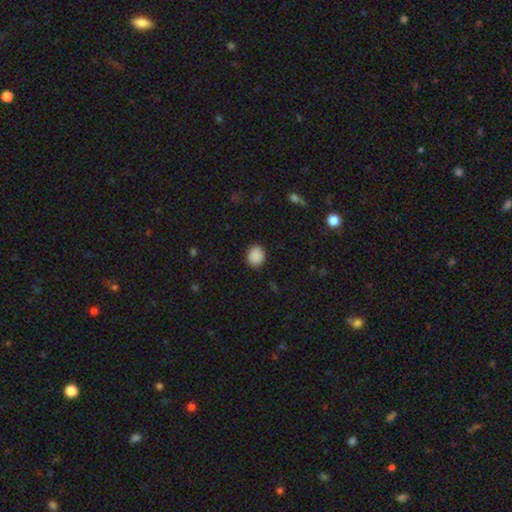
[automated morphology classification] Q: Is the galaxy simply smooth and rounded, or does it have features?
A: smooth — 89%.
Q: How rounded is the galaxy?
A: round — 75%.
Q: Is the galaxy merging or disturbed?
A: none — 88%.